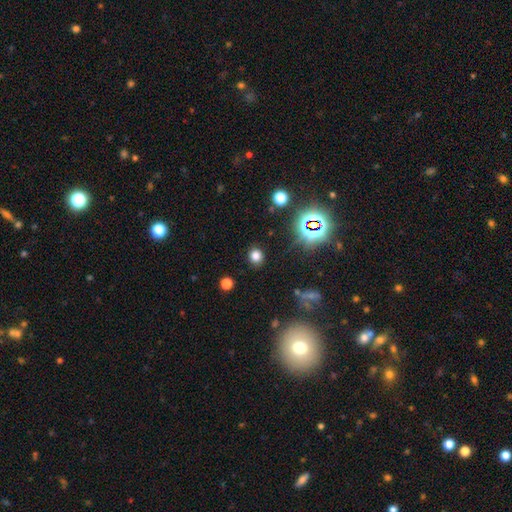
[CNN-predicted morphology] This is likely a smooth galaxy (73%). How rounded: likely round (77%). Merging: clearly none (87%).